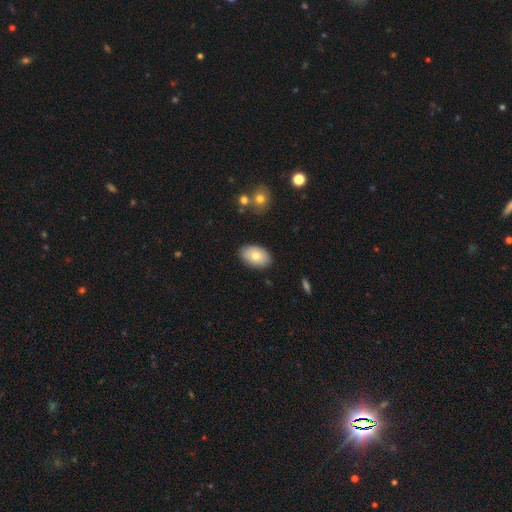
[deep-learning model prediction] Overall: smooth (74%). How rounded: in between (90%). Merging: none (86%).